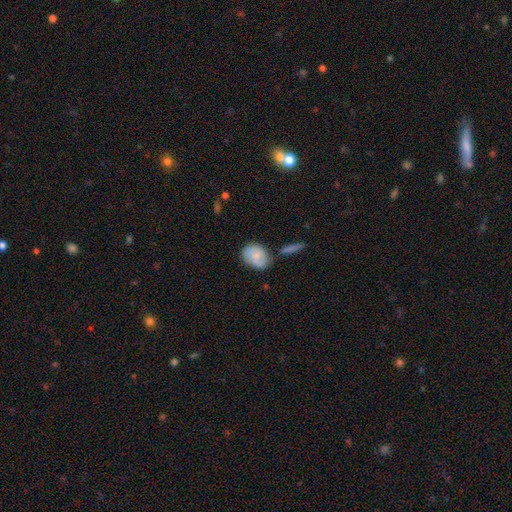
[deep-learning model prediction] Smooth or featured? smooth (64%)
How rounded? in between (59%)
Merging? none (65%)